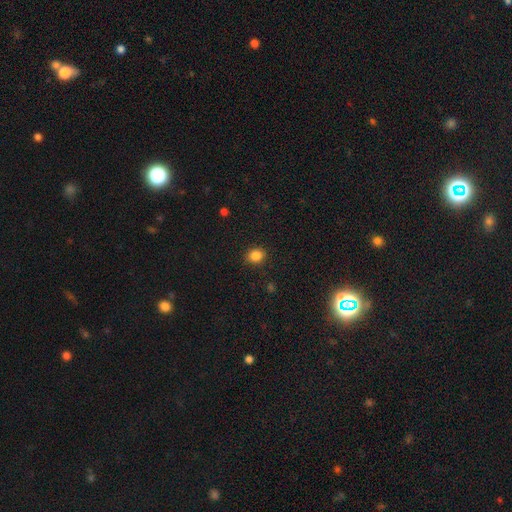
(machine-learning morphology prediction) Smooth or featured? Predicted: smooth (p=0.85). How rounded? Predicted: round (p=0.70). Merging? Predicted: none (p=0.89).